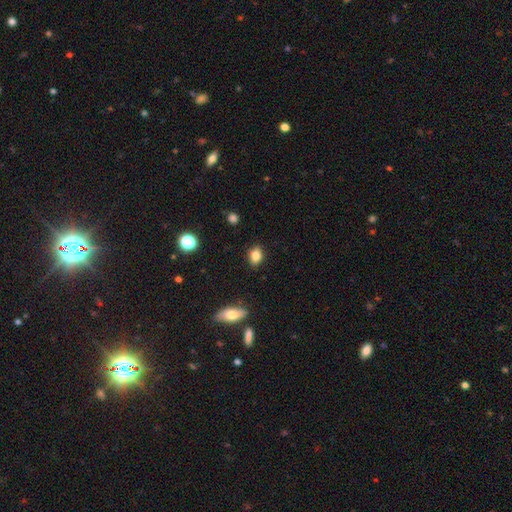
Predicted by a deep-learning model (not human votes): The model was most divided on "how rounded": in between: 69%, round: 29%, cigar-shaped: 2%. More confident: merging — none (85%); smooth or featured — smooth (84%).